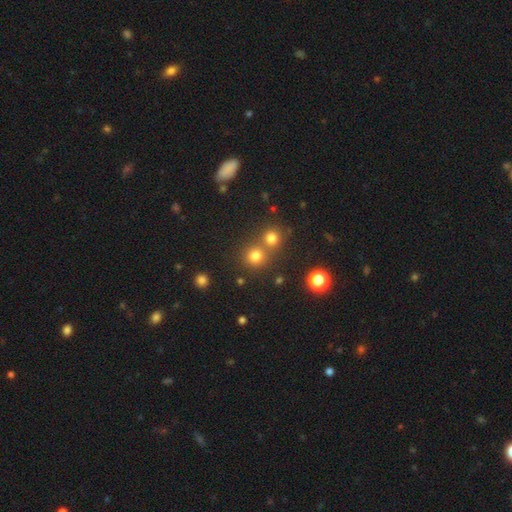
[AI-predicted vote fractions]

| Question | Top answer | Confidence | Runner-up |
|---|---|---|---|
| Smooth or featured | smooth | 76% | star or artifact (18%) |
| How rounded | round | 90% | in between (9%) |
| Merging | none | 64% | merger (27%) |